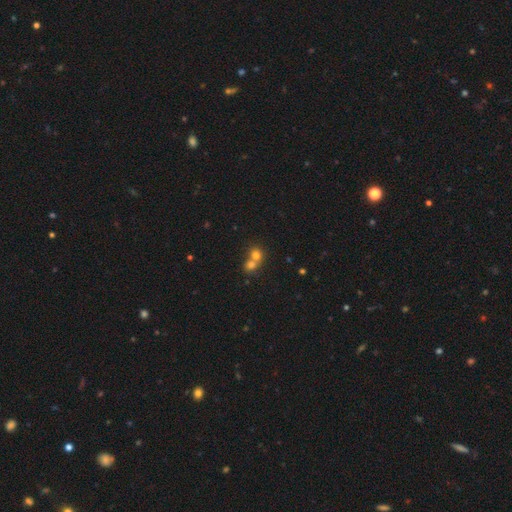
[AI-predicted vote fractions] This is likely a smooth galaxy (73%). How rounded: likely round (78%). Merging: likely merger (63%).